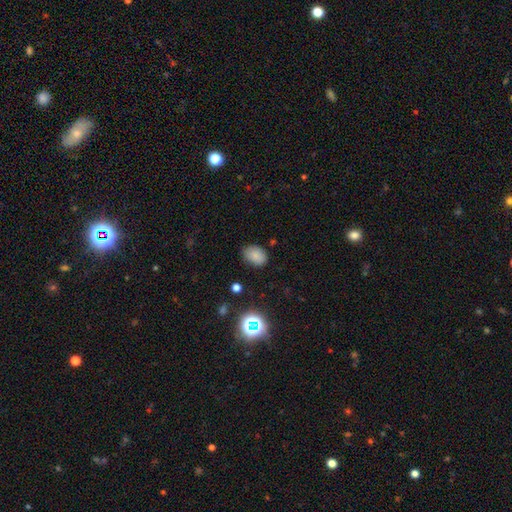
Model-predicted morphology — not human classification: smooth-or-featured: smooth: 82% | star or artifact: 12% | featured or disk: 5%
  how-rounded: in between: 77% | round: 22% | cigar-shaped: 1%
  merging: none: 79% | minor disturbance: 16% | major disturbance: 4% | merger: 2%